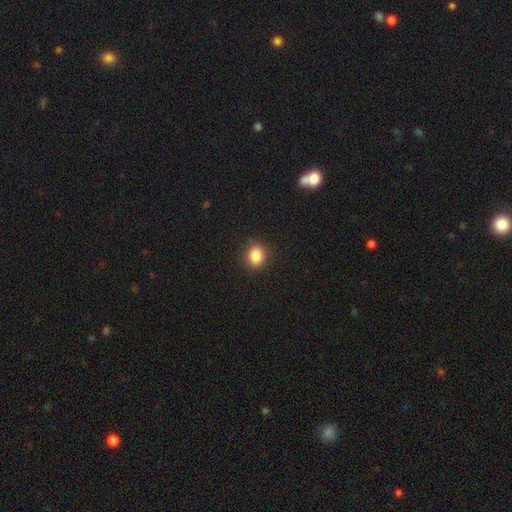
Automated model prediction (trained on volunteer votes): Smooth or featured?
  - smooth: 86% *
  - star or artifact: 10%
  - featured or disk: 4%
How rounded?
  - round: 59% *
  - in between: 39%
  - cigar-shaped: 1%
Merging?
  - none: 87% *
  - minor disturbance: 9%
  - major disturbance: 2%
  - merger: 1%